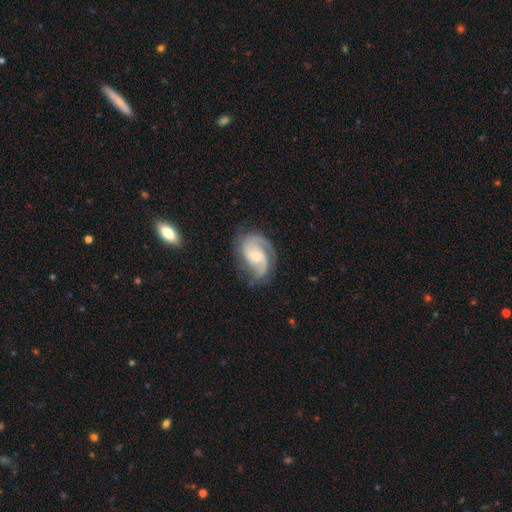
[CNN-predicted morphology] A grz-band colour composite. It shows a featured or disk galaxy (85%) with no bar (58%), 2 (74%) medium (50%) spiral arms (97%) and a small central bulge (56%). Merging: none (67%).